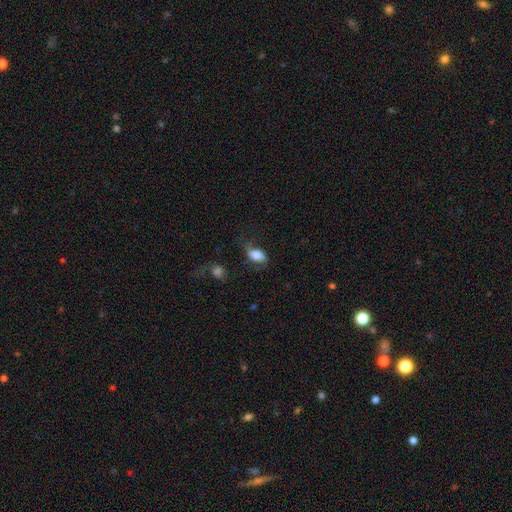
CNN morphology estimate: This appears to be a smooth galaxy with no disk features (69%) that is in between round and cigar-shaped (89%). Merging: none (45%).